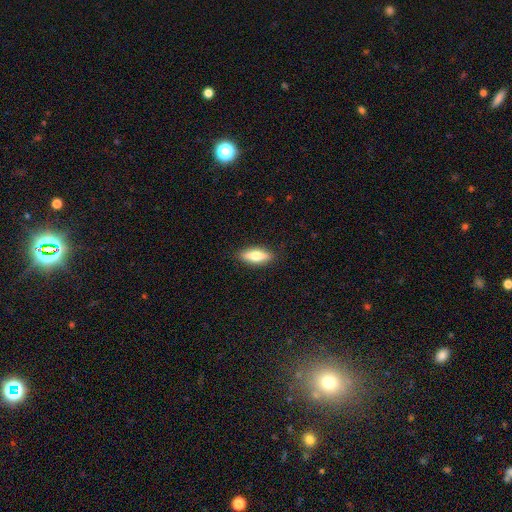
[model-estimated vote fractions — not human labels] Smooth or featured? smooth (69%)
How rounded? in between (62%)
Merging? none (88%)